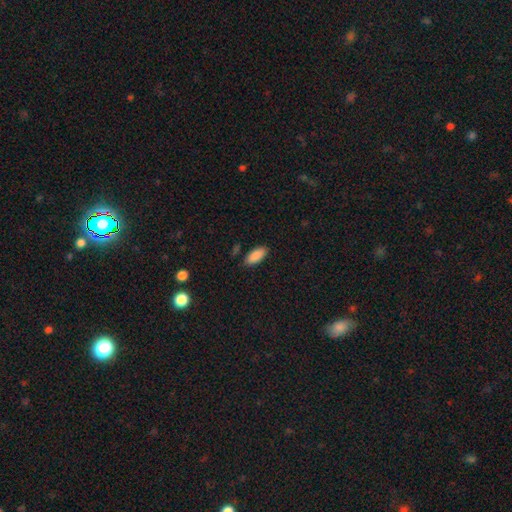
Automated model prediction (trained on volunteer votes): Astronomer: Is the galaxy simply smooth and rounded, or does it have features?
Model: smooth — 89%.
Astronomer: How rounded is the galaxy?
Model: in between — 85%.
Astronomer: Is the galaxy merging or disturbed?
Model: none — 85%.